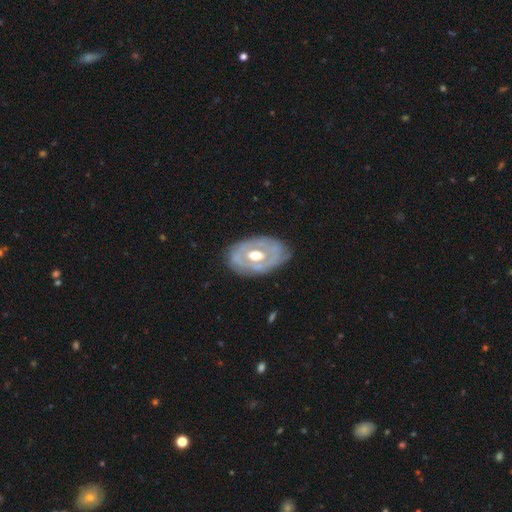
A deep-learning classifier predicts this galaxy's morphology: smooth_or_featured: featured or disk (p=0.73) [alt: smooth p=0.23]
disk_edge_on: no (p=0.93) [alt: yes p=0.07]
bar: no (p=0.65) [alt: weak p=0.25]
has_spiral_arms: no (p=0.59) [alt: yes p=0.41]
bulge_size: moderate (p=0.72) [alt: large p=0.20]
merging: none (p=0.72) [alt: minor disturbance p=0.21]